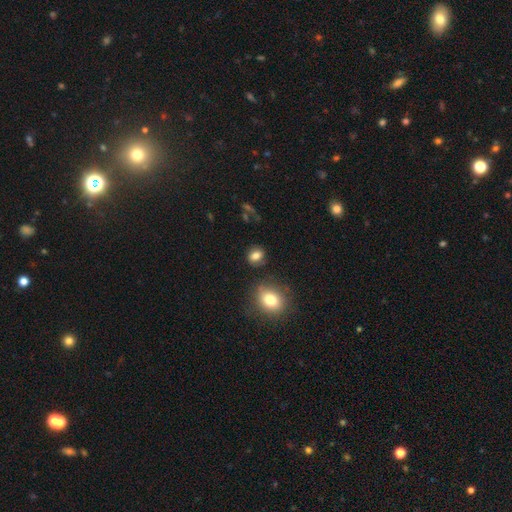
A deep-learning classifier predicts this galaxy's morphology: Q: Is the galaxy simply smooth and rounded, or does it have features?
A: smooth — 80%.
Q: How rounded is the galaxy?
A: in between — 51%.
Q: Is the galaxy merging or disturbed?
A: none — 80%.